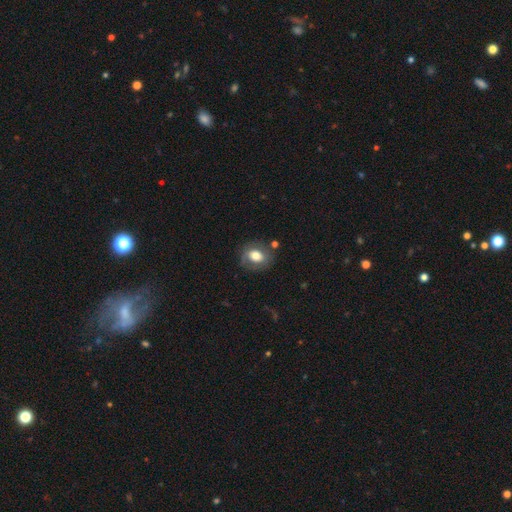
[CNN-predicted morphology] This is likely a smooth galaxy (67%). How rounded: possibly round (51%). Merging: likely none (72%).